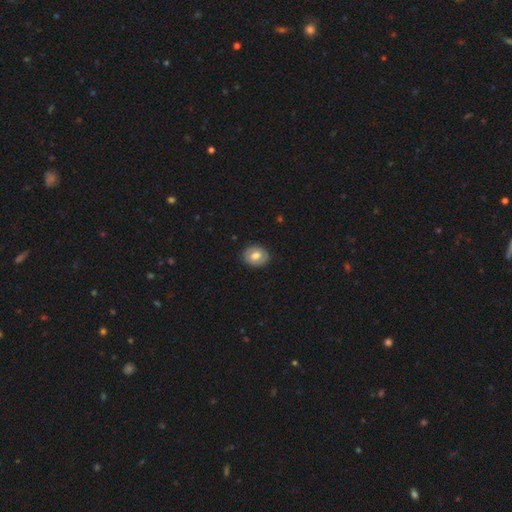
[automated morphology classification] This appears to be a smooth galaxy with no disk features (68%) that is round (55%). Merging: none (86%).